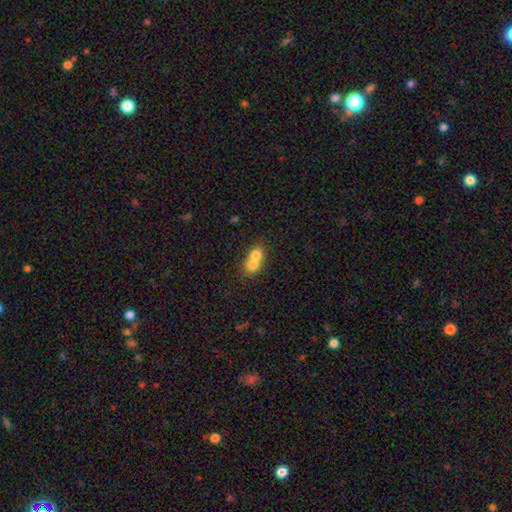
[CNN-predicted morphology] A smooth galaxy with no disk features (72%) that is round (63%).

Vote fractions:
- Smooth or featured? smooth: 72% / featured or disk: 19% / star or artifact: 9%
- How rounded? round: 63% / in between: 35% / cigar-shaped: 1%
- Merging? merger: 75% / none: 19% / minor disturbance: 4% / major disturbance: 2%